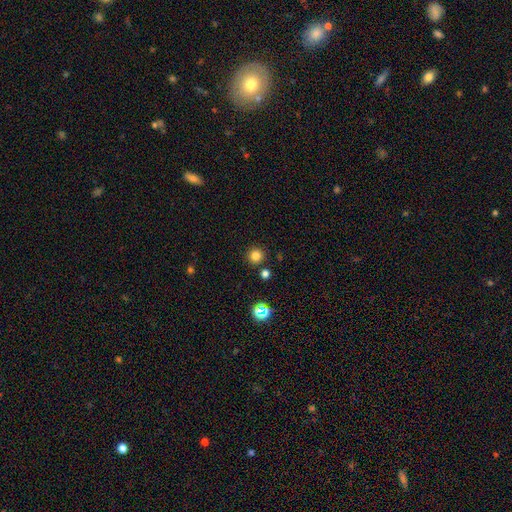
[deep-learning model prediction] The model was most divided on "smooth or featured": smooth: 79%, star or artifact: 16%, featured or disk: 5%. More confident: how rounded — round (95%); merging — none (87%).